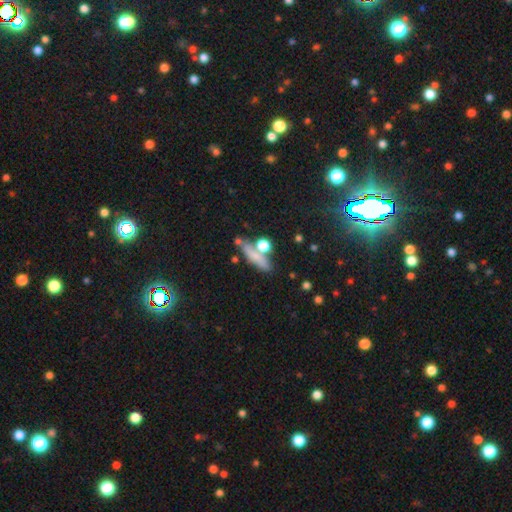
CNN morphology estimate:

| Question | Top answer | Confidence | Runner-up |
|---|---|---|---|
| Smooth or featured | smooth | 65% | featured or disk (24%) |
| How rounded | cigar-shaped | 62% | in between (27%) |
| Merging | none | 59% | minor disturbance (17%) |